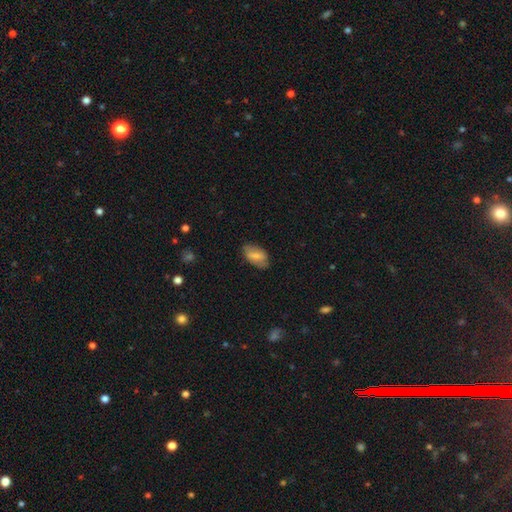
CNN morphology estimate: Smooth or featured: smooth — 70% (featured or disk — 23%)
How rounded: in between — 92% (round — 5%)
Merging: none — 75% (minor disturbance — 20%)